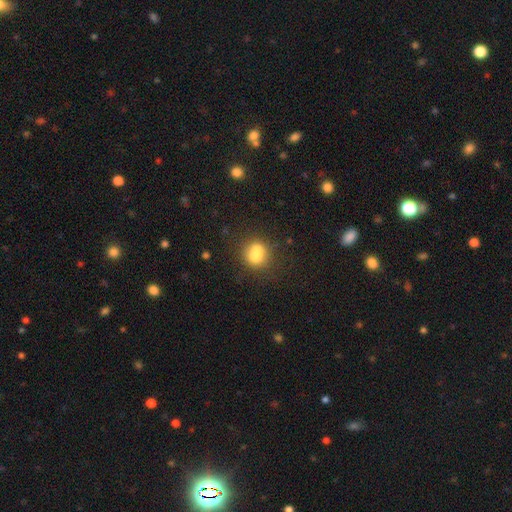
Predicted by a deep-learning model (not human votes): Overall: smooth (67%). How rounded: round (79%). Merging: merger (51%; none 37%).